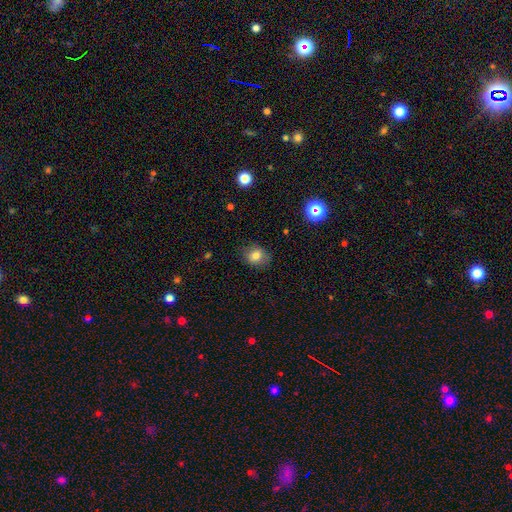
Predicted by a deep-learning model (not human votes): A smooth galaxy with no disk features (78%) that is round (55%). Merging: none (79%).